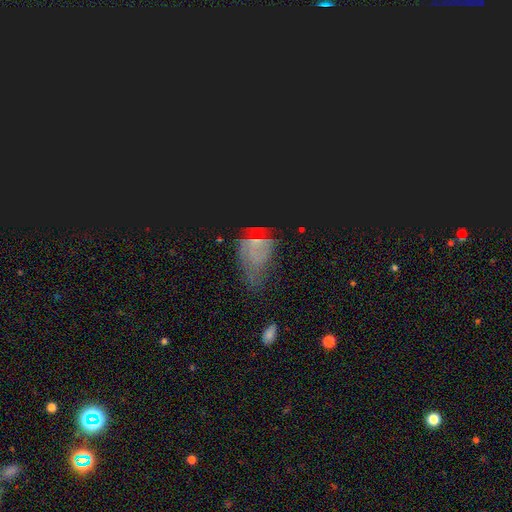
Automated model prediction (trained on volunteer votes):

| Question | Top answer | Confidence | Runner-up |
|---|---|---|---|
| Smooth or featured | star or artifact | 47% | smooth (29%) |